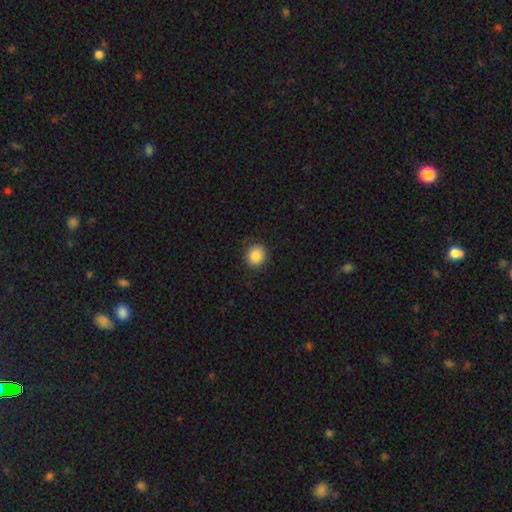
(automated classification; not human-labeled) Morphology: type=smooth (86%); roundness=round (83%); merging=none (88%).